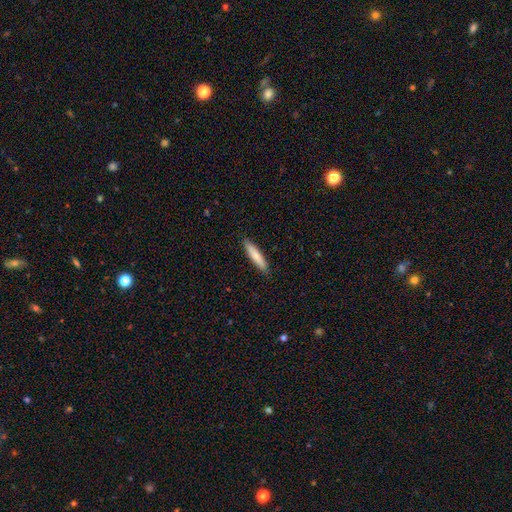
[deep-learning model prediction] A smooth galaxy with no disk features (80%) that is cigar-shaped (88%). Merging: none (90%).